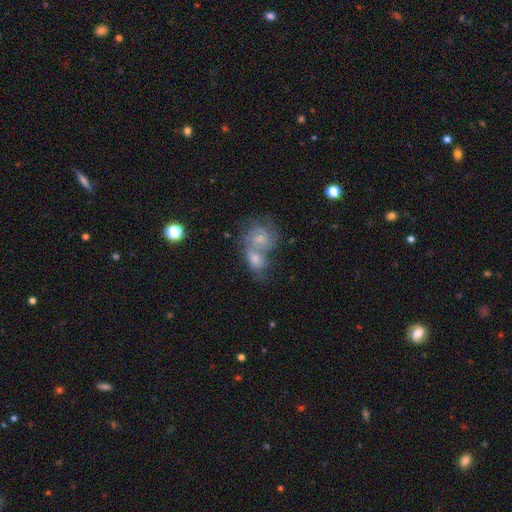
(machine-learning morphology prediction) This appears to be a featured or disk galaxy (63%) with no bar (51%), 2 (55%) tight (46%) spiral arms (87%) and a small central bulge (52%). Merging: merger (60%).